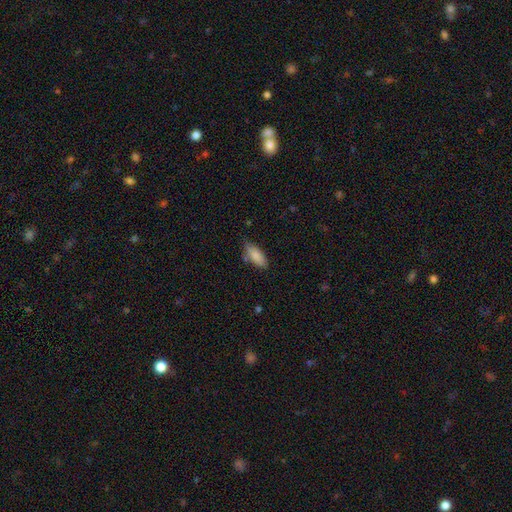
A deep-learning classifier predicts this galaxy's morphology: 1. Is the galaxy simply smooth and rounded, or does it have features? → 86% smooth, 8% featured or disk, 6% star or artifact.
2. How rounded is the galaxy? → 80% in between, 18% cigar-shaped, 2% round.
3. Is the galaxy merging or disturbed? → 73% none, 19% minor disturbance, 5% merger, 3% major disturbance.